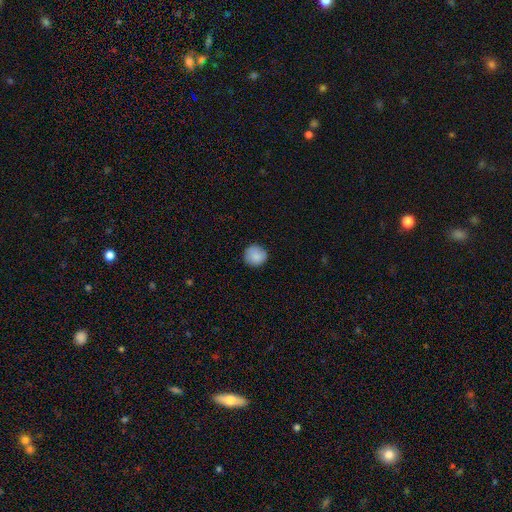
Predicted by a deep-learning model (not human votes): smooth-or-featured: smooth: 87% | star or artifact: 7% | featured or disk: 5%
  how-rounded: round: 93% | in between: 6% | cigar-shaped: 1%
  merging: none: 87% | minor disturbance: 10% | major disturbance: 2% | merger: 1%